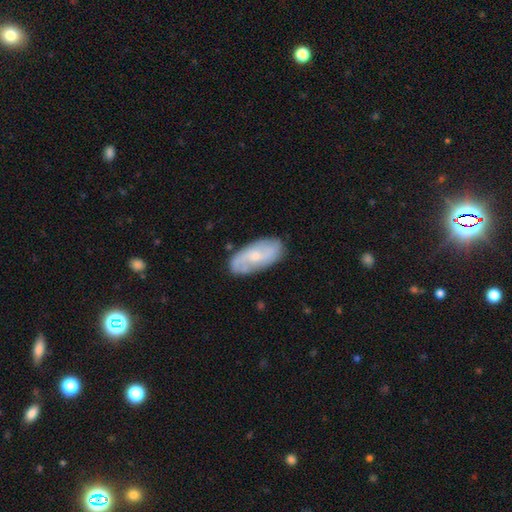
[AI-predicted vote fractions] The model was most divided on "smooth or featured": featured or disk: 58%, smooth: 36%, star or artifact: 6%. More confident: edge-on disk — no (91%); spiral arms — yes (82%); merging — none (80%); bar — no (61%); bulge size — small (60%).